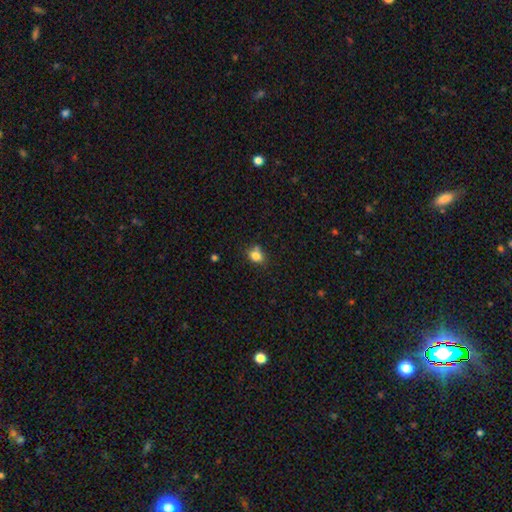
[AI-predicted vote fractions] Smooth or featured? smooth (82%)
How rounded? in between (50%)
Merging? none (64%)